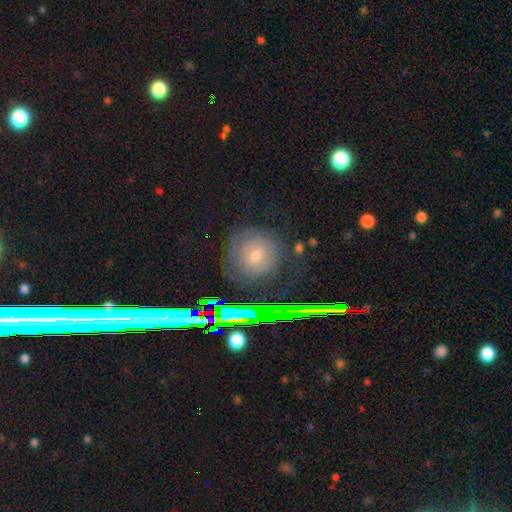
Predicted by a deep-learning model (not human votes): Smooth or featured? smooth (46%)
Merging? none (77%)